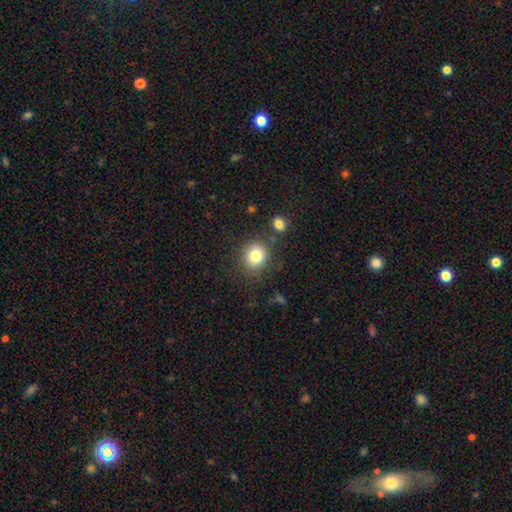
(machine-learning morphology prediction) This appears to be a smooth galaxy with no disk features (81%) that is round (83%). Merging: none (80%).